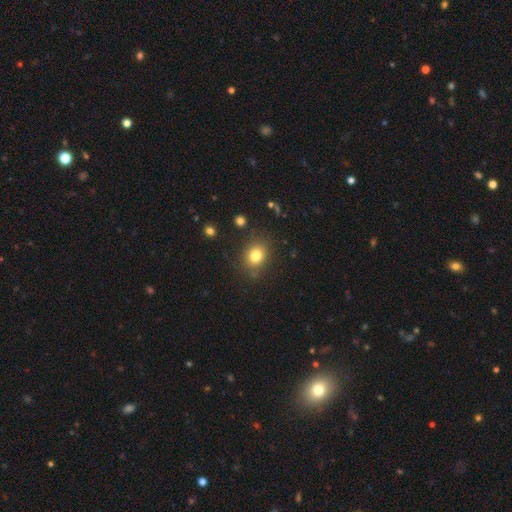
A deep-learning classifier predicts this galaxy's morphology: smooth_or_featured: smooth (p=0.79) [alt: star or artifact p=0.13]
how_rounded: round (p=0.64) [alt: in between p=0.35]
merging: none (p=0.81) [alt: minor disturbance p=0.12]